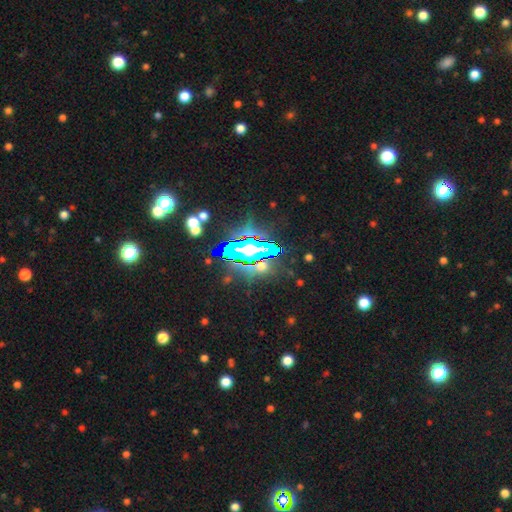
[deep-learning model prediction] This appears to be a star or artifact, not a galaxy (77%).